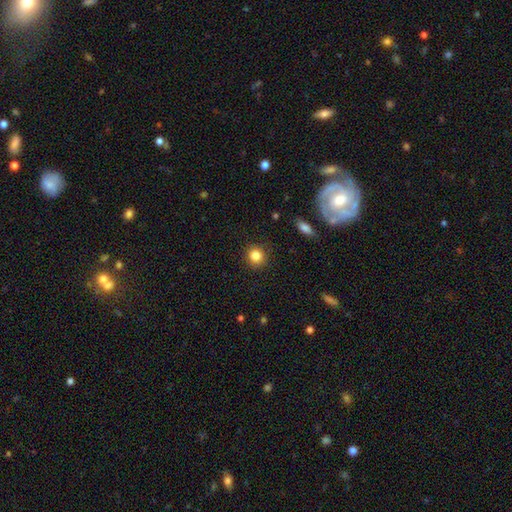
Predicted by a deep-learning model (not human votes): smooth-or-featured: smooth: 84% | star or artifact: 10% | featured or disk: 5%
  how-rounded: round: 89% | in between: 10% | cigar-shaped: 1%
  merging: none: 90% | minor disturbance: 7% | major disturbance: 2% | merger: 1%